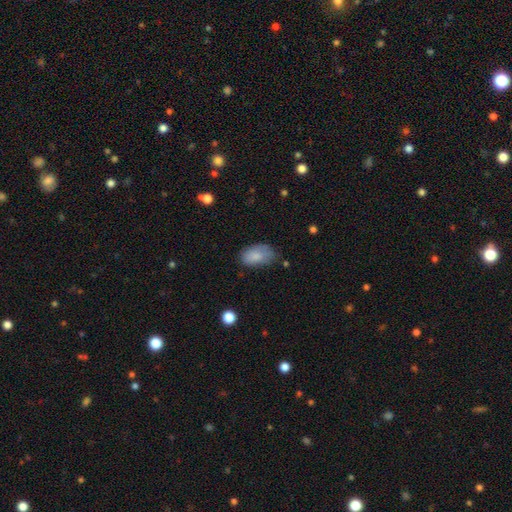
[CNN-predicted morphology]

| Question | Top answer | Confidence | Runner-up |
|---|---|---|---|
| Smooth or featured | smooth | 84% | featured or disk (10%) |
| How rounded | in between | 94% | round (4%) |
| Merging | none | 63% | minor disturbance (28%) |